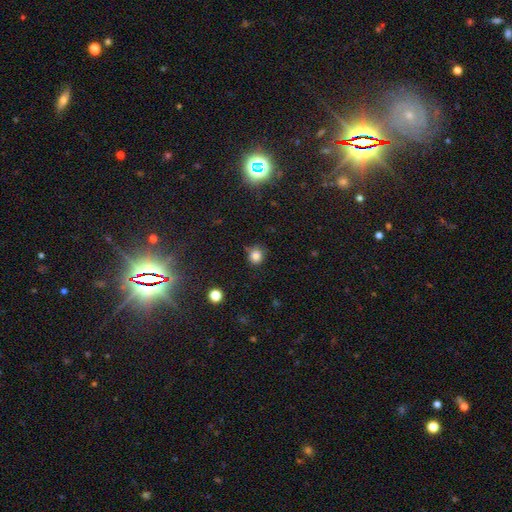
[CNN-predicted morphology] This appears to be a smooth galaxy with no disk features (82%) that is round (83%). Merging: none (77%).